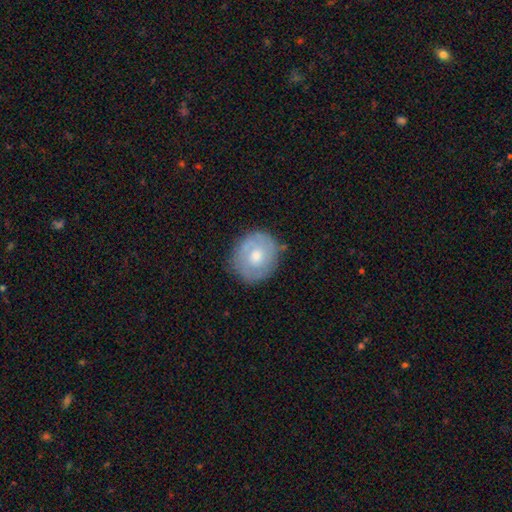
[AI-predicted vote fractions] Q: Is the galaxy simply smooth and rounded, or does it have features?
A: smooth — 52%.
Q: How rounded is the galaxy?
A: round — 77%.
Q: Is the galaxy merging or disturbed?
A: none — 77%.